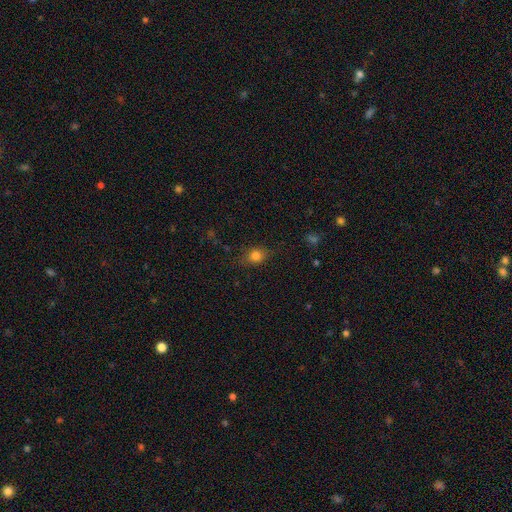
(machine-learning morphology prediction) smooth 78%, star or artifact 13%, featured or disk 9%. Down the decision tree: how rounded — round (50%); merging — none (79%).